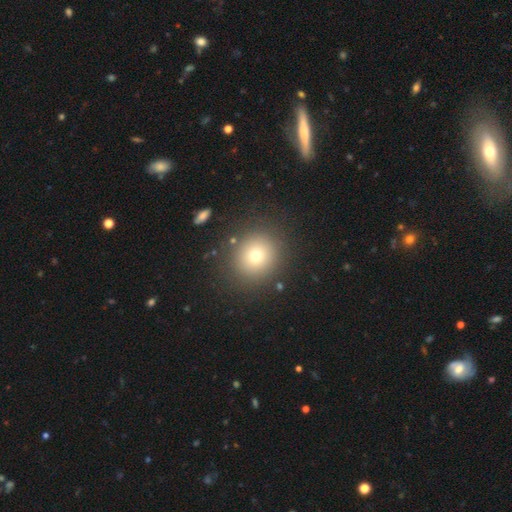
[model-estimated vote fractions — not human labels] smooth-or-featured: smooth: 72% | star or artifact: 16% | featured or disk: 12%
  how-rounded: round: 85% | in between: 14% | cigar-shaped: 1%
  merging: none: 88% | minor disturbance: 7% | major disturbance: 3% | merger: 2%